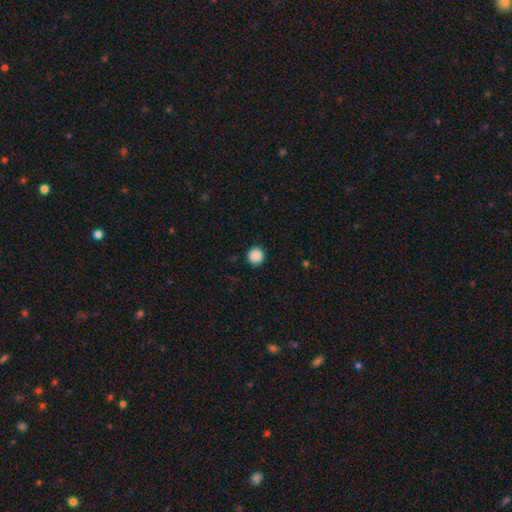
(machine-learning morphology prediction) Smooth or featured? smooth (89%)
How rounded? round (94%)
Merging? none (92%)